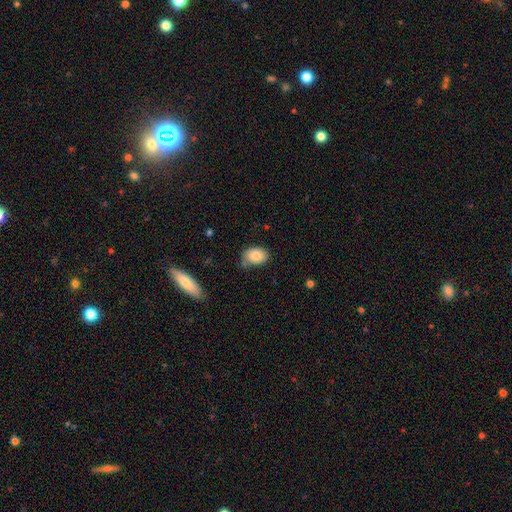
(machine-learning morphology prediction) Smooth or featured? Predicted: smooth (p=0.83). How rounded? Predicted: in between (p=0.82). Merging? Predicted: none (p=0.71).